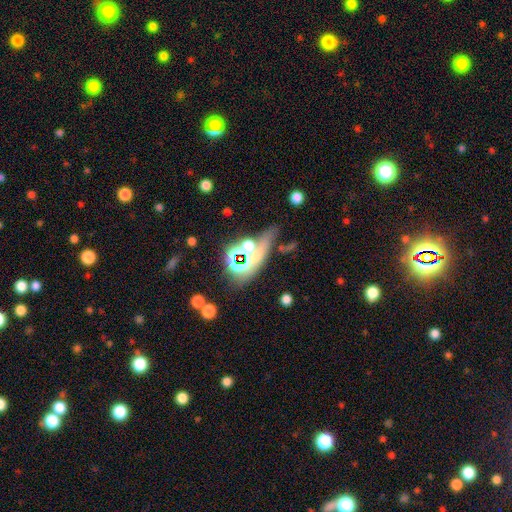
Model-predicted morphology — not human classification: Q: Smooth or featured?
A: star or artifact (47%); runner-up: smooth (33%)